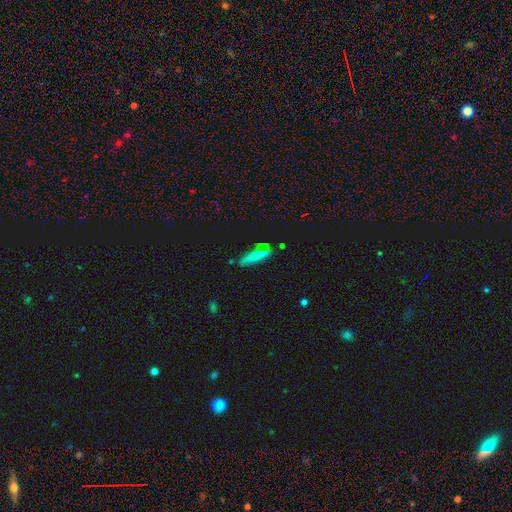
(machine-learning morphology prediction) A smooth galaxy with no disk features (65%) that is cigar-shaped (63%).

Vote fractions:
- Smooth or featured? smooth: 65% / featured or disk: 22% / star or artifact: 13%
- How rounded? cigar-shaped: 63% / in between: 34% / round: 4%
- Merging? none: 64% / minor disturbance: 17% / merger: 13% / major disturbance: 6%